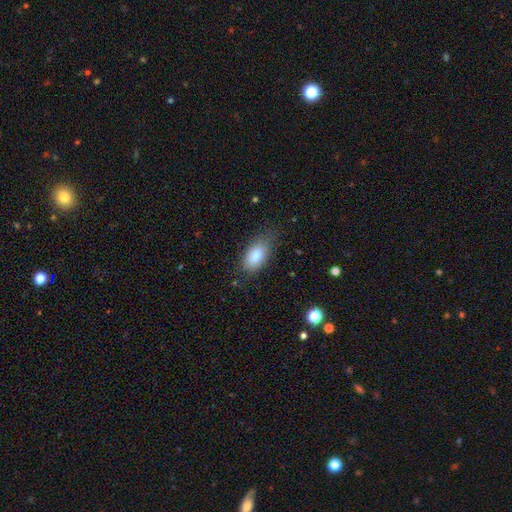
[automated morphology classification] Smooth or featured? smooth (83%)
How rounded? in between (91%)
Merging? none (71%)